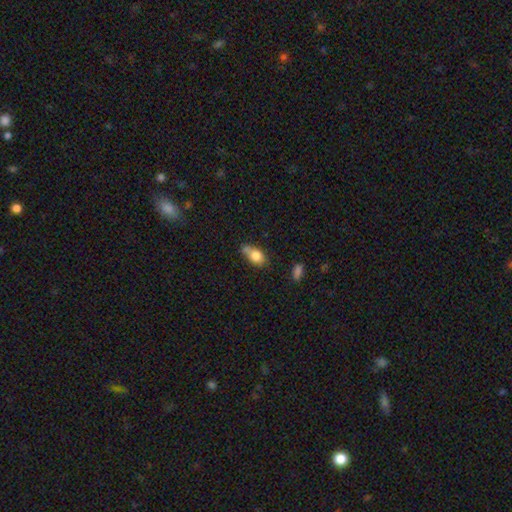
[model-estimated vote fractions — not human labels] A smooth galaxy with no disk features (79%) that is in between round and cigar-shaped (77%). Merging: none (39%).